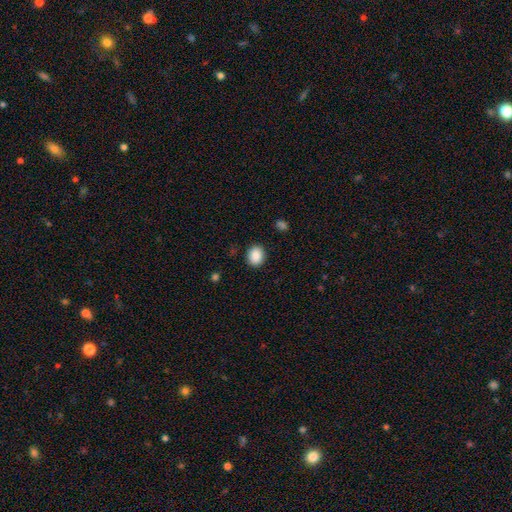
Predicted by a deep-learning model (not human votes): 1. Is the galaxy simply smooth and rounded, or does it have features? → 88% smooth, 8% star or artifact, 4% featured or disk.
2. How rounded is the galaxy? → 58% round, 41% in between, 1% cigar-shaped.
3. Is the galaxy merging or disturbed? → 89% none, 7% minor disturbance, 2% major disturbance, 1% merger.